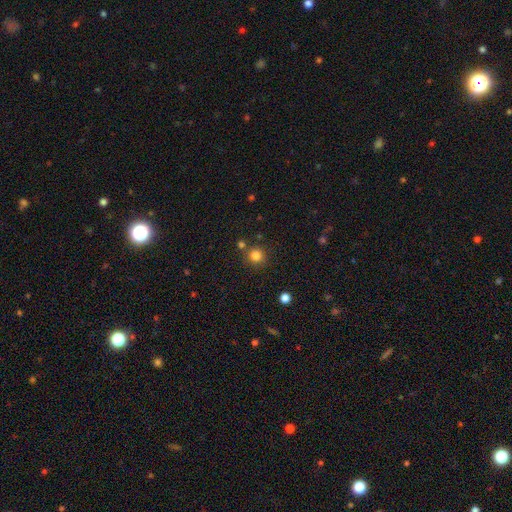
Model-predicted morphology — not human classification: smooth-or-featured: smooth: 81% | star or artifact: 13% | featured or disk: 5%
  how-rounded: round: 93% | in between: 7% | cigar-shaped: 1%
  merging: none: 80% | merger: 9% | minor disturbance: 8% | major disturbance: 3%